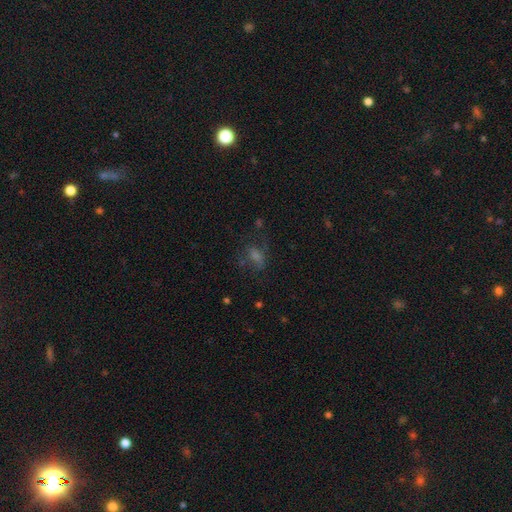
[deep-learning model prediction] Smooth or featured?
  - smooth: 41% *
  - star or artifact: 33%
  - featured or disk: 26%
Merging?
  - none: 56% *
  - major disturbance: 21%
  - minor disturbance: 19%
  - merger: 4%